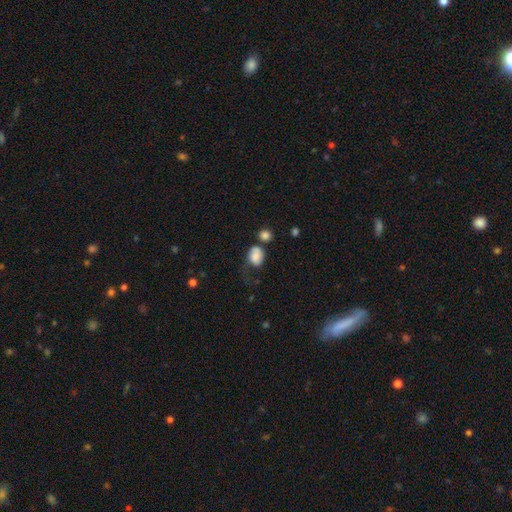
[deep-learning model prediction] Overall: smooth (75%). How rounded: in between (61%; round 38%). Merging: none (34%; minor disturbance 27%).